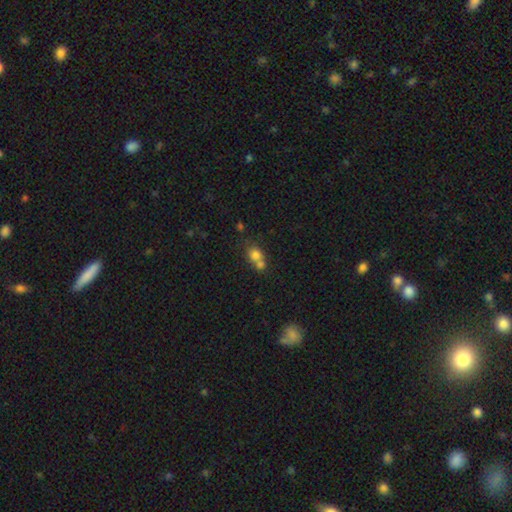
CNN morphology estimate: This is likely a smooth galaxy (75%). How rounded: likely round (69%). Merging: possibly merger (57%).